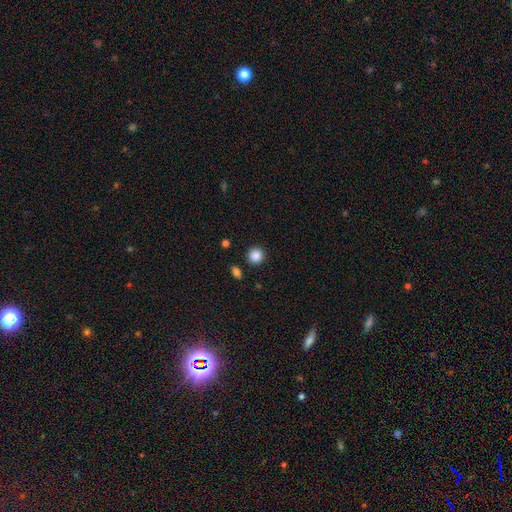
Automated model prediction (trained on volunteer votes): This is clearly a smooth galaxy (87%). How rounded: clearly round (93%). Merging: clearly none (90%).